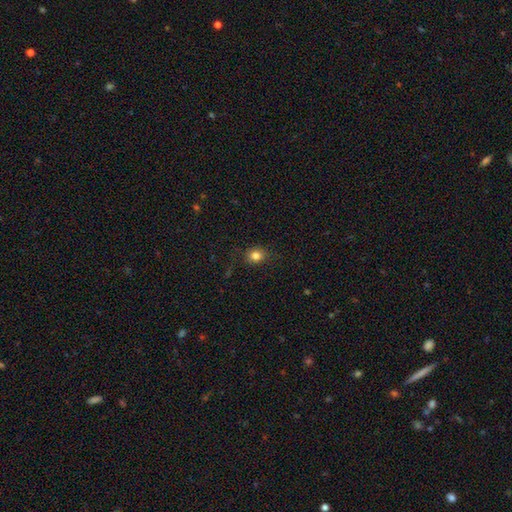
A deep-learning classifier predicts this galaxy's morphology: smooth-or-featured: smooth: 81% | star or artifact: 12% | featured or disk: 6%
  how-rounded: round: 67% | in between: 32% | cigar-shaped: 1%
  merging: none: 84% | minor disturbance: 11% | major disturbance: 3% | merger: 1%